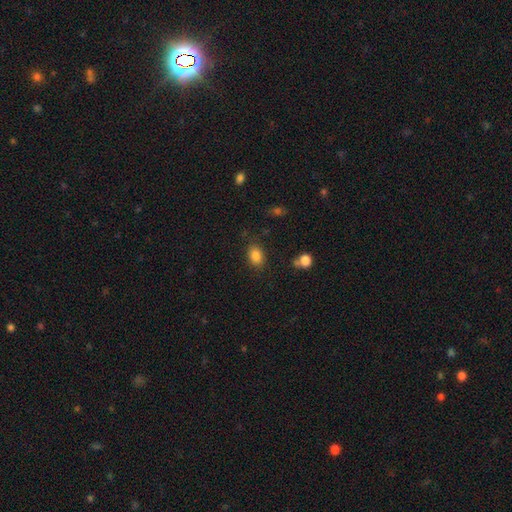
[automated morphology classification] The model was most divided on "how rounded": in between: 77%, round: 21%, cigar-shaped: 1%. More confident: smooth or featured — smooth (85%); merging — none (82%).